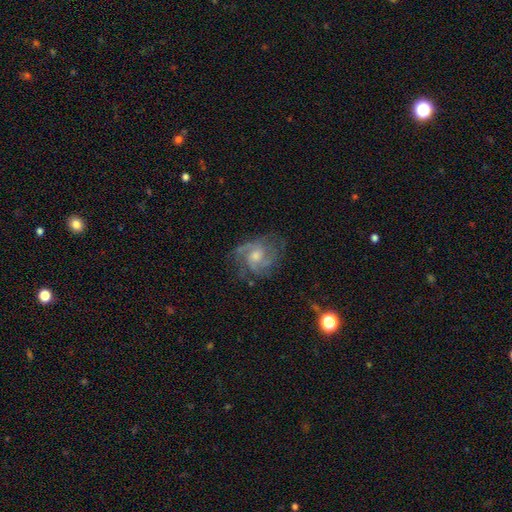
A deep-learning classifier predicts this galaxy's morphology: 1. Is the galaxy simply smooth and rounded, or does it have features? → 80% featured or disk, 13% smooth, 7% star or artifact.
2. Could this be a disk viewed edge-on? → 97% no, 3% yes.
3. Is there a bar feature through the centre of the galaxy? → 66% no, 30% weak, 4% strong.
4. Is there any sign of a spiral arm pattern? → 92% yes, 8% no.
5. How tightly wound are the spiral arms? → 46% medium, 39% tight, 15% loose.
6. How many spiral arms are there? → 30% 3 (tied), 30% 2 (tied), 23% can't tell, 7% 4, 5% 1, 4% more than 4.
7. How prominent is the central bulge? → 57% moderate, 31% small, 6% large, 5% none, 1% dominant.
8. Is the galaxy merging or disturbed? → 64% none, 21% minor disturbance, 14% major disturbance, 2% merger.